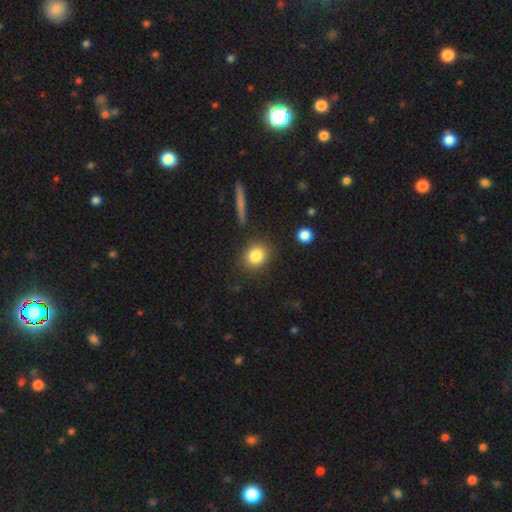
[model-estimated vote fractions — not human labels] The model was most divided on "how rounded": round: 69%, in between: 29%, cigar-shaped: 2%. More confident: merging — none (85%); smooth or featured — smooth (84%).